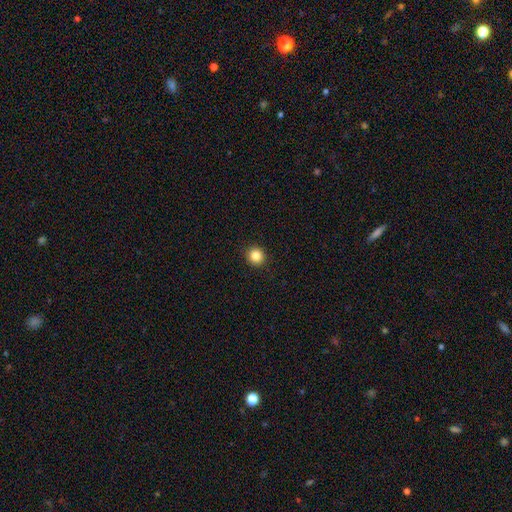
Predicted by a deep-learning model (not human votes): Smooth or featured?
  - smooth: 85% *
  - star or artifact: 11%
  - featured or disk: 4%
How rounded?
  - round: 92% *
  - in between: 7%
  - cigar-shaped: 1%
Merging?
  - none: 93% *
  - minor disturbance: 5%
  - major disturbance: 2%
  - merger: 1%